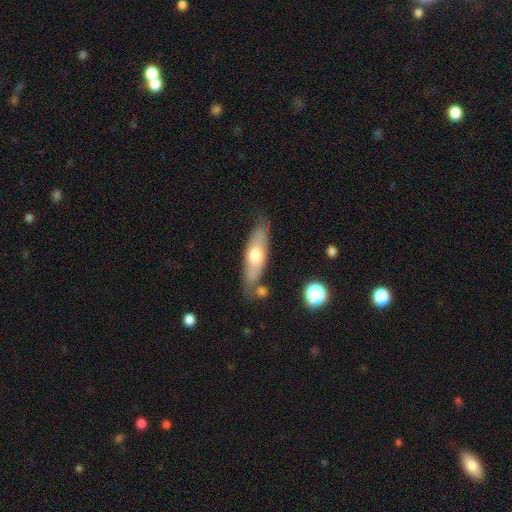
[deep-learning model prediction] A smooth galaxy with no disk features (55%) that is cigar-shaped (51%). Merging: none (73%).